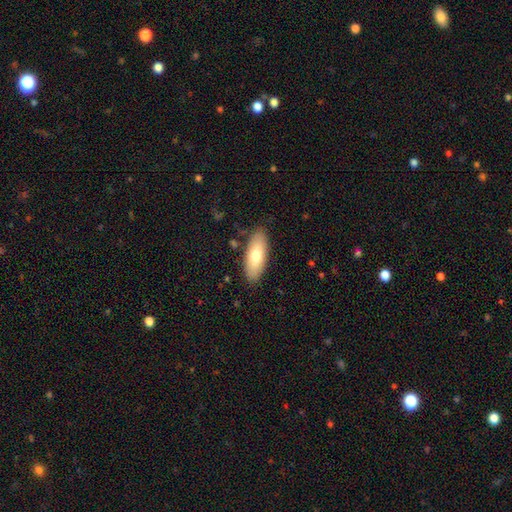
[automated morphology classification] smooth-or-featured: smooth: 72% | featured or disk: 22% | star or artifact: 6%
  how-rounded: in between: 77% | cigar-shaped: 21% | round: 2%
  merging: none: 86% | minor disturbance: 10% | major disturbance: 2% | merger: 1%